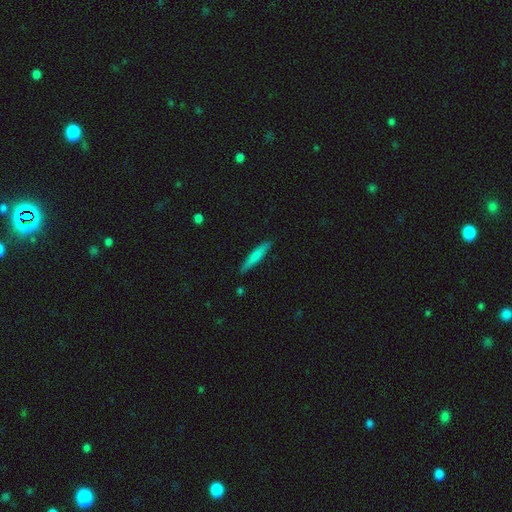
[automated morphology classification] Q: Smooth or featured?
A: smooth (74%); runner-up: featured or disk (21%)
Q: How rounded?
A: cigar-shaped (91%); runner-up: in between (8%)
Q: Merging?
A: none (88%); runner-up: minor disturbance (9%)